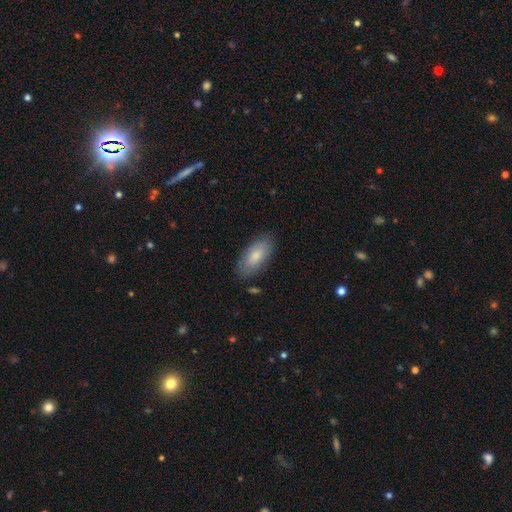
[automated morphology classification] smooth 82%, featured or disk 13%, star or artifact 6%. Down the decision tree: how rounded — in between (90%); merging — none (83%).